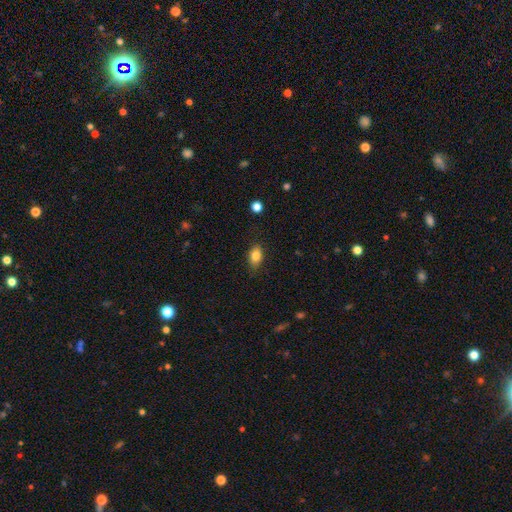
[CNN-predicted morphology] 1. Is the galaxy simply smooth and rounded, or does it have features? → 83% smooth, 9% star or artifact, 8% featured or disk.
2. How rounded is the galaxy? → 84% in between, 14% round, 3% cigar-shaped.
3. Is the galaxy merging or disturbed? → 82% none, 14% minor disturbance, 3% major disturbance, 1% merger.